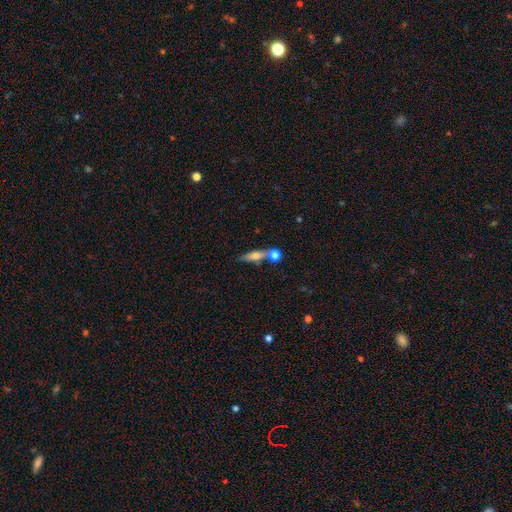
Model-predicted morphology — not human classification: type=smooth (53%); roundness=cigar-shaped (64%); merging=none (60%).